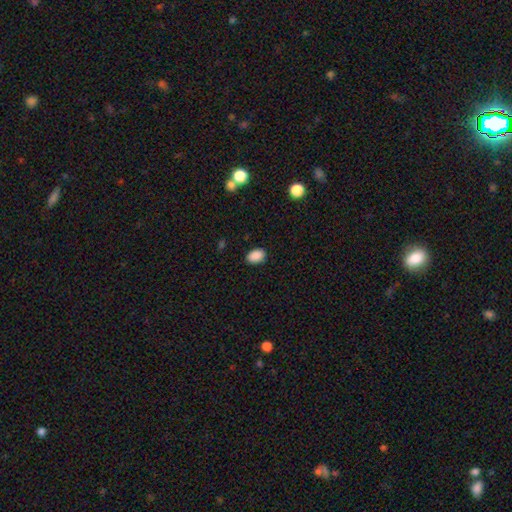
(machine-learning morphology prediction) smooth 89%, star or artifact 9%, featured or disk 3%. Down the decision tree: how rounded — in between (83%); merging — none (87%).